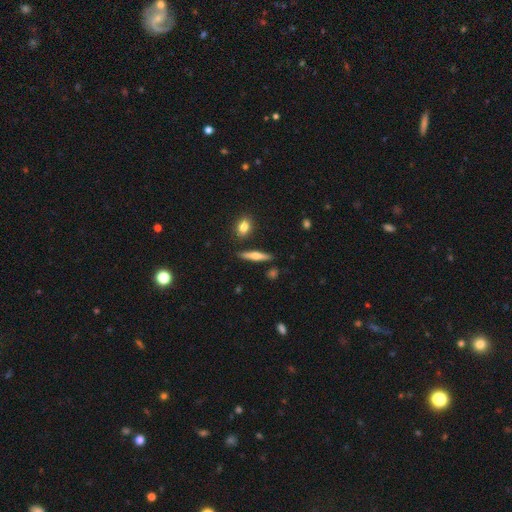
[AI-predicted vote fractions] This is possibly a smooth galaxy (51%). How rounded: clearly cigar-shaped (85%). Merging: clearly none (85%).